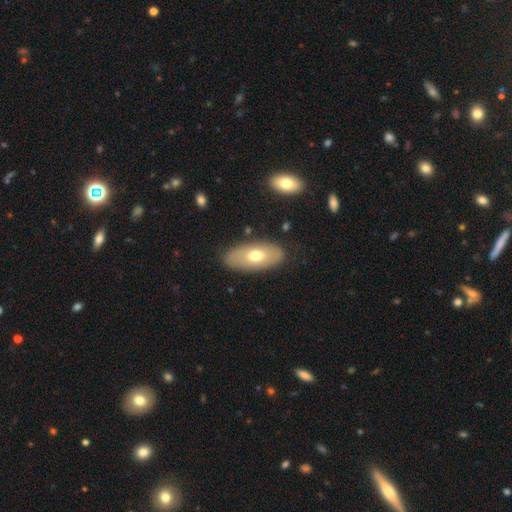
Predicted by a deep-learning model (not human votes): Smooth or featured? Predicted: smooth (p=0.58). How rounded? Predicted: in between (p=0.91). Merging? Predicted: none (p=0.84).